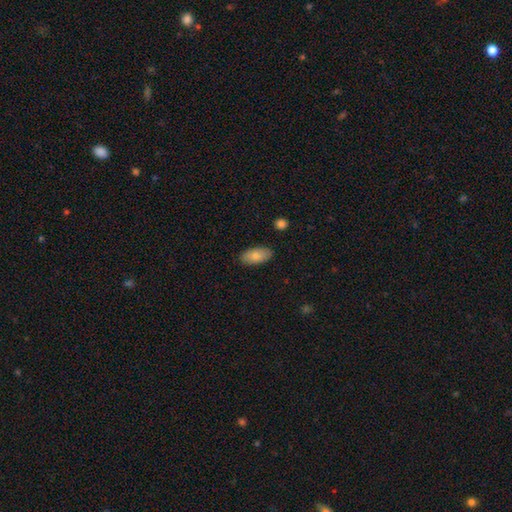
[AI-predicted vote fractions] This appears to be a smooth galaxy with no disk features (81%) that is in between round and cigar-shaped (93%). Merging: none (87%).